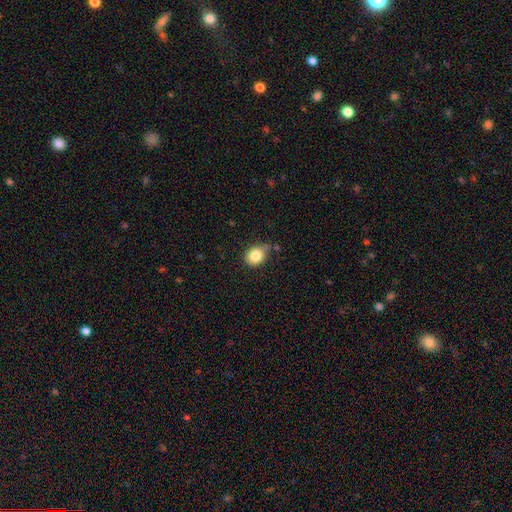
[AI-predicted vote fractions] Morphology: type=smooth (84%); roundness=round (70%); merging=none (65%).